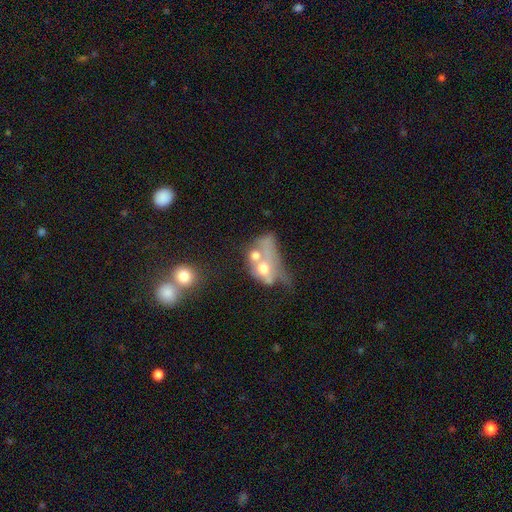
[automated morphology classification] The model was most divided on "smooth or featured": smooth: 46%, featured or disk: 42%, star or artifact: 12%. More confident: merging — merger (61%).